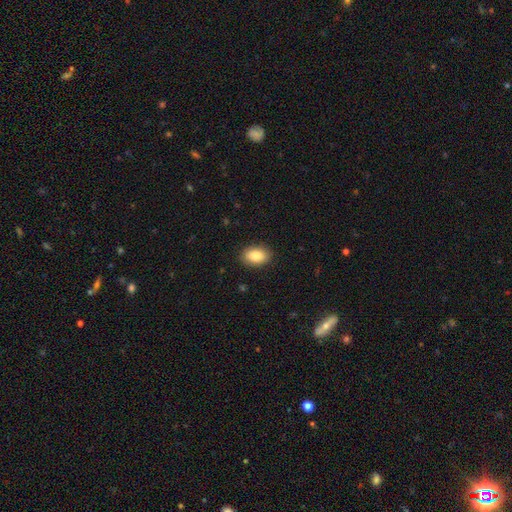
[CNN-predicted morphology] smooth 85%, featured or disk 8%, star or artifact 7%. Down the decision tree: how rounded — in between (86%); merging — none (88%).